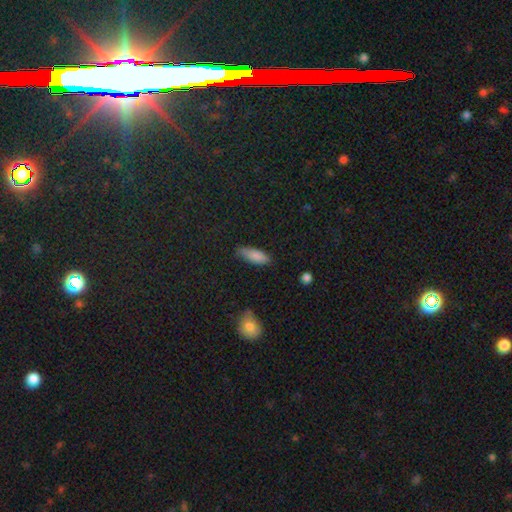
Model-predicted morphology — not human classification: This appears to be a smooth galaxy with no disk features (85%) that is in between round and cigar-shaped (72%). Merging: none (69%).